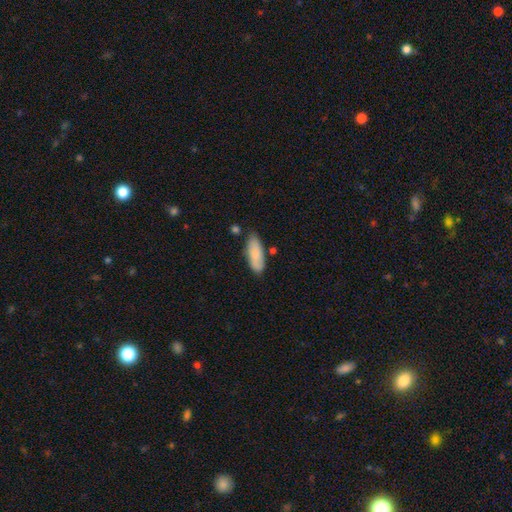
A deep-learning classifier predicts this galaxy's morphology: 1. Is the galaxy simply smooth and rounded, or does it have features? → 81% smooth, 13% featured or disk, 6% star or artifact.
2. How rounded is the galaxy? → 71% in between, 27% cigar-shaped, 2% round.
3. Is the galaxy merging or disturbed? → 72% none, 19% minor disturbance, 5% merger, 3% major disturbance.